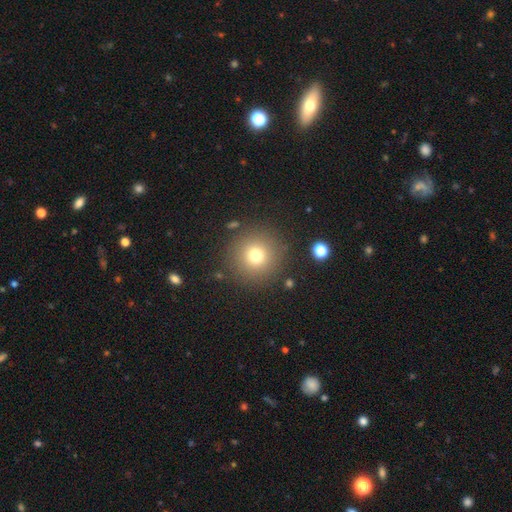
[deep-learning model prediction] Smooth or featured?
  - smooth: 75% *
  - star or artifact: 15%
  - featured or disk: 10%
How rounded?
  - round: 96% *
  - in between: 3%
  - cigar-shaped: 1%
Merging?
  - none: 88% *
  - minor disturbance: 7%
  - major disturbance: 3%
  - merger: 2%